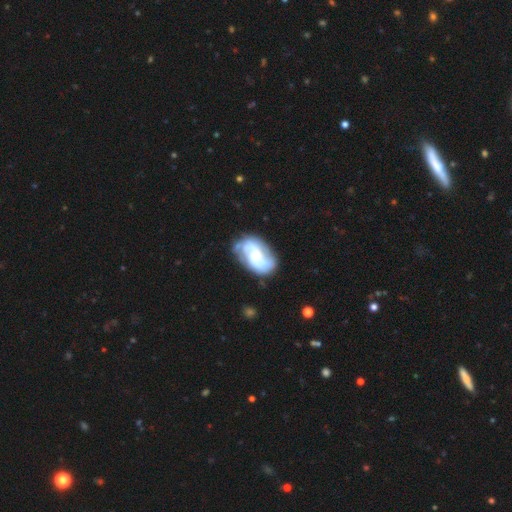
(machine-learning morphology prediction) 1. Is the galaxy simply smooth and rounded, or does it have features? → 72% featured or disk, 22% smooth, 6% star or artifact.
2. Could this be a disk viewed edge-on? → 97% no, 3% yes.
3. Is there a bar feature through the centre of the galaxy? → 62% no, 30% weak, 8% strong.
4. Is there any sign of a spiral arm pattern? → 89% yes, 11% no.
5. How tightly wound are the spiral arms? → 42% medium, 37% tight, 21% loose.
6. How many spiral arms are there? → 58% 2, 21% can't tell, 12% 3, 3% 1, 3% 4, 2% more than 4.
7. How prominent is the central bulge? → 52% small, 35% moderate, 7% large, 5% none, 2% dominant.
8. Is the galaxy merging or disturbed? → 63% none, 23% minor disturbance, 10% major disturbance, 4% merger.